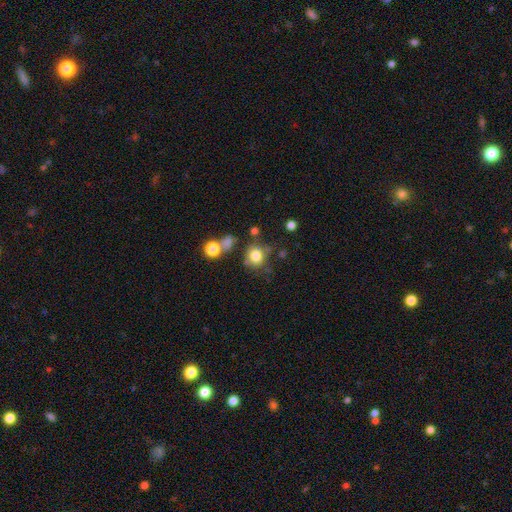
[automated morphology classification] A smooth galaxy with no disk features (78%) that is round (84%). Merging: none (66%).